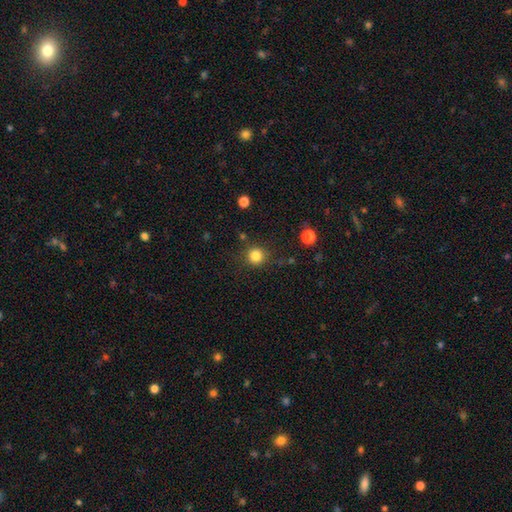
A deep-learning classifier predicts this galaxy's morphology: A smooth galaxy with no disk features (82%) that is round (93%).

Vote fractions:
- Smooth or featured? smooth: 82% / star or artifact: 13% / featured or disk: 5%
- How rounded? round: 93% / in between: 6% / cigar-shaped: 1%
- Merging? none: 85% / minor disturbance: 9% / major disturbance: 3% / merger: 3%